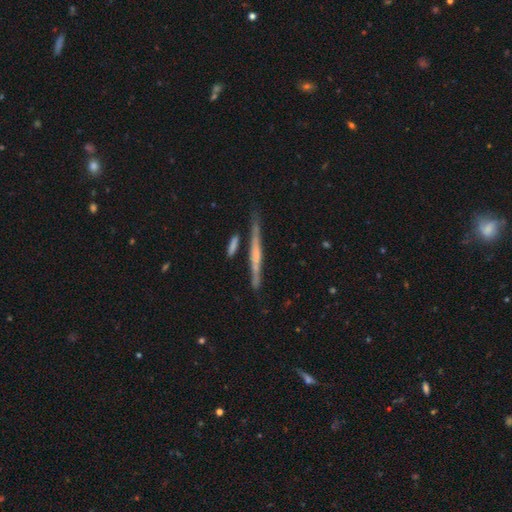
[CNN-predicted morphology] Overall: featured or disk (64%; smooth 29%). Edge-on disk: yes (96%). Edge-on bulge: none (55%; rounded 30%). Merging: none (79%).